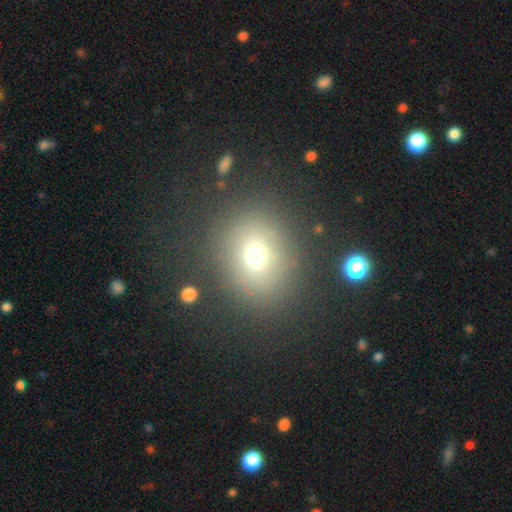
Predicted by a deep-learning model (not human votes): Smooth or featured?
  - smooth: 69% *
  - star or artifact: 19%
  - featured or disk: 13%
How rounded?
  - round: 71% *
  - in between: 28%
  - cigar-shaped: 1%
Merging?
  - none: 83% *
  - minor disturbance: 9%
  - major disturbance: 5%
  - merger: 2%